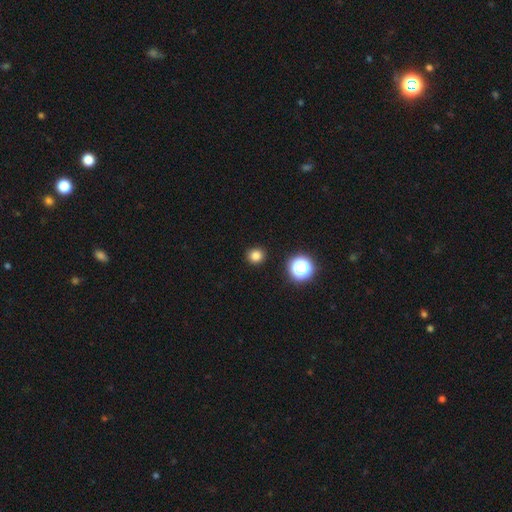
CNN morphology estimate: Q: Smooth or featured?
A: smooth (81%); runner-up: star or artifact (15%)
Q: How rounded?
A: round (92%); runner-up: in between (7%)
Q: Merging?
A: none (92%); runner-up: minor disturbance (5%)